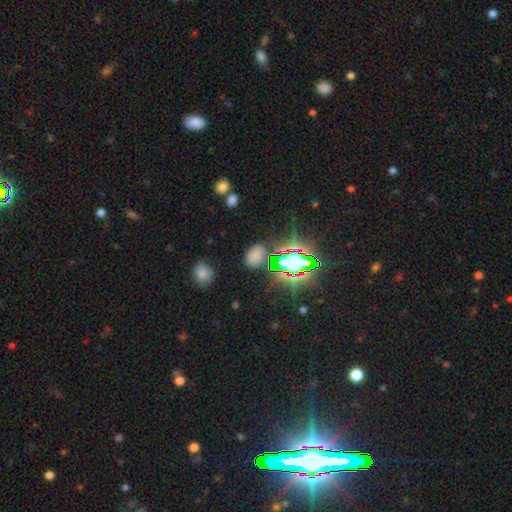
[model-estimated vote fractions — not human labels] Morphology: type=smooth (60%); roundness=in between (83%); merging=none (77%).